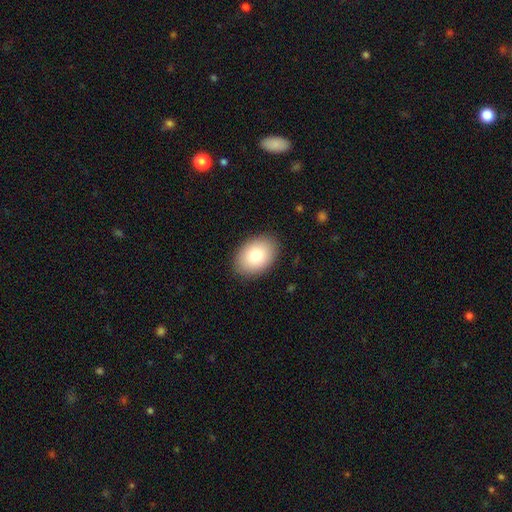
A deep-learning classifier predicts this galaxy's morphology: type=smooth (83%); roundness=in between (84%); merging=none (88%).